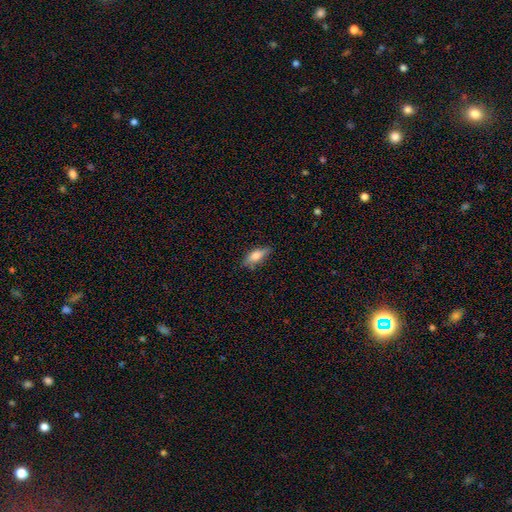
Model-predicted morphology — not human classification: The model was most divided on "how rounded": in between: 66%, cigar-shaped: 31%, round: 3%. More confident: merging — none (74%); smooth or featured — smooth (69%).